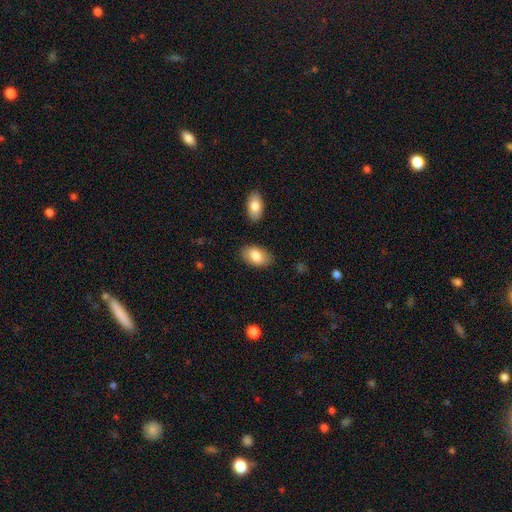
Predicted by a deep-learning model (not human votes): This appears to be a smooth galaxy with no disk features (82%) that is in between round and cigar-shaped (93%). Merging: none (83%).